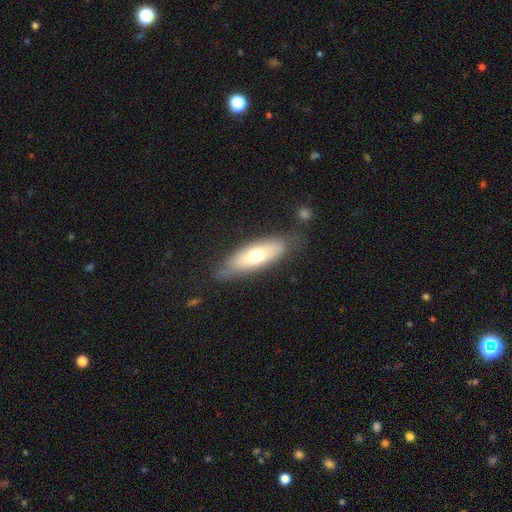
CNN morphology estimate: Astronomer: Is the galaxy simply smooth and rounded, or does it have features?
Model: smooth — 60%.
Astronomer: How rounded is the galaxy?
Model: in between — 60% (runner-up: cigar-shaped, 38%).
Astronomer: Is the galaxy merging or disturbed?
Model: none — 72%.